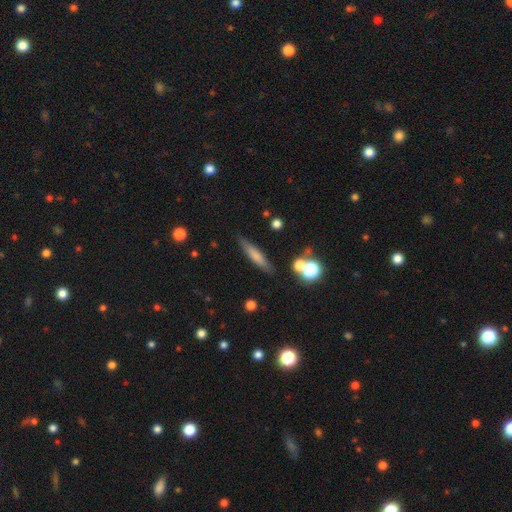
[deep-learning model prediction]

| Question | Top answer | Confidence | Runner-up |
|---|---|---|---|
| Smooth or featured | smooth | 68% | featured or disk (24%) |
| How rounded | cigar-shaped | 86% | in between (12%) |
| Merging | none | 84% | minor disturbance (10%) |